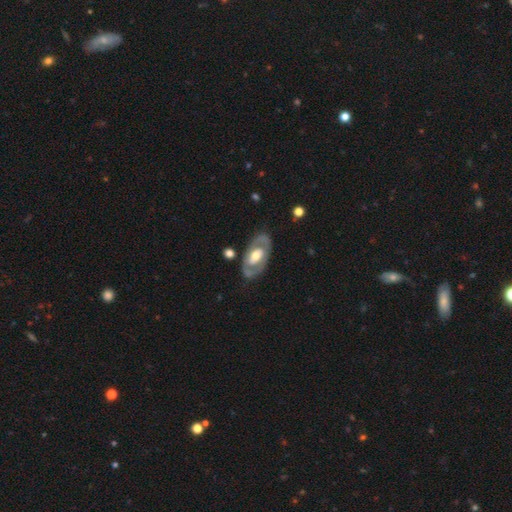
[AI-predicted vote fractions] Overall: featured or disk (70%). Edge-on disk: no (91%). Bar: no (56%; weak 28%). Spiral arms: no (56%; yes 44%). Bulge size: moderate (64%). Merging: none (79%).